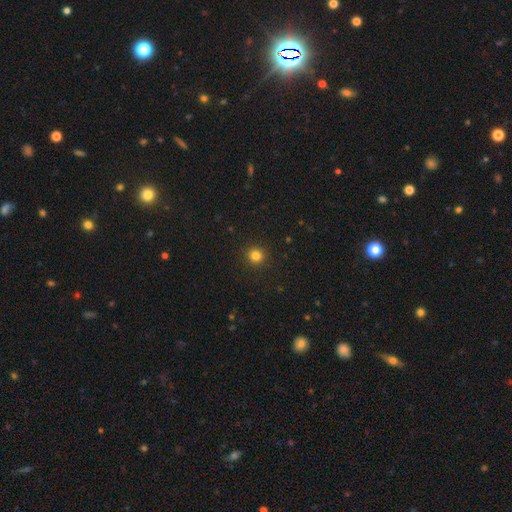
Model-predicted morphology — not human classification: smooth 82%, star or artifact 13%, featured or disk 5%. Down the decision tree: how rounded — round (94%); merging — none (92%).